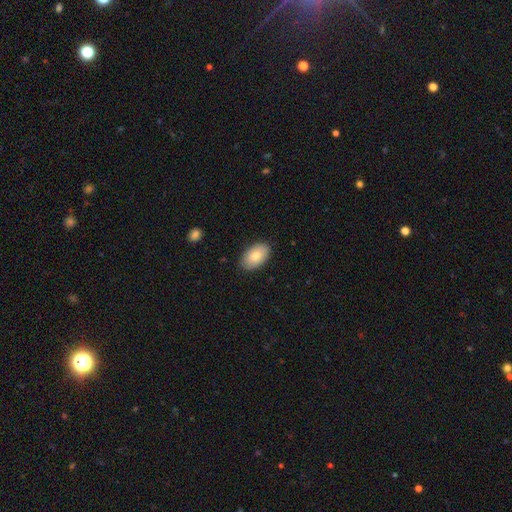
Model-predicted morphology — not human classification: smooth_or_featured: smooth (p=0.80) [alt: featured or disk p=0.13]
how_rounded: in between (p=0.93) [alt: round p=0.06]
merging: none (p=0.86) [alt: minor disturbance p=0.11]